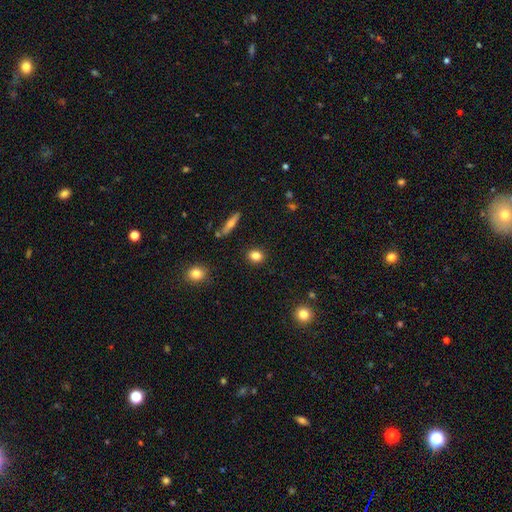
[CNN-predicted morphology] Smooth or featured: smooth — 83% (star or artifact — 10%)
How rounded: round — 62% (in between — 35%)
Merging: none — 89% (minor disturbance — 7%)